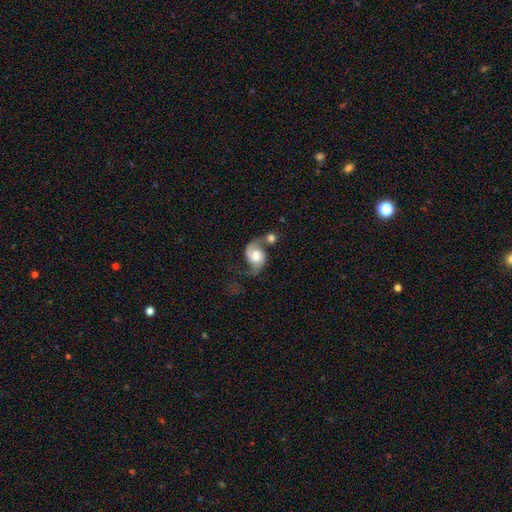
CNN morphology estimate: Q: Smooth or featured?
A: featured or disk (69%); runner-up: smooth (24%)
Q: Edge-on disk?
A: no (97%); runner-up: yes (3%)
Q: Bar?
A: no (70%); runner-up: weak (24%)
Q: Spiral arms?
A: yes (91%); runner-up: no (9%)
Q: Spiral winding?
A: loose (63%); runner-up: medium (29%)
Q: Spiral arm count?
A: 2 (86%); runner-up: 1 (8%)
Q: Bulge size?
A: moderate (65%); runner-up: large (19%)
Q: Merging?
A: none (34%); runner-up: merger (30%)